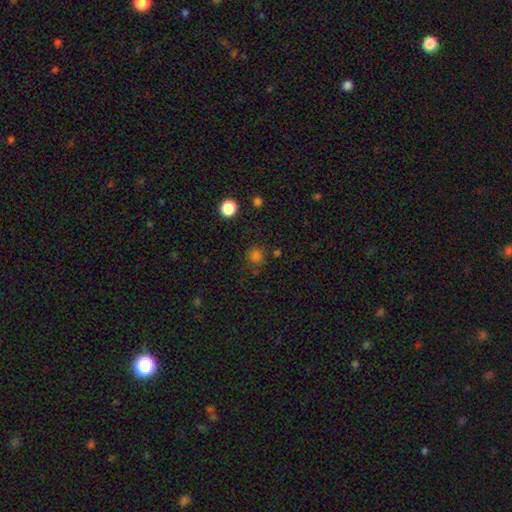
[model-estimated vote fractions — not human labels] A smooth galaxy with no disk features (72%) that is round (88%).

Vote fractions:
- Smooth or featured? smooth: 72% / star or artifact: 23% / featured or disk: 5%
- How rounded? round: 88% / in between: 11% / cigar-shaped: 1%
- Merging? none: 79% / minor disturbance: 12% / major disturbance: 5% / merger: 5%